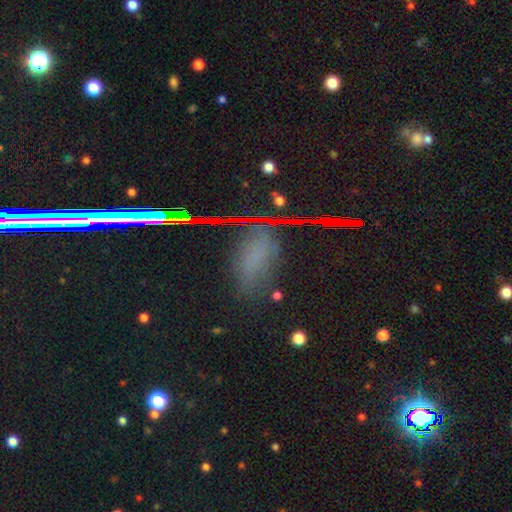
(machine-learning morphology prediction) smooth 44%, star or artifact 40%, featured or disk 15%. Down the decision tree: merging — none (70%).